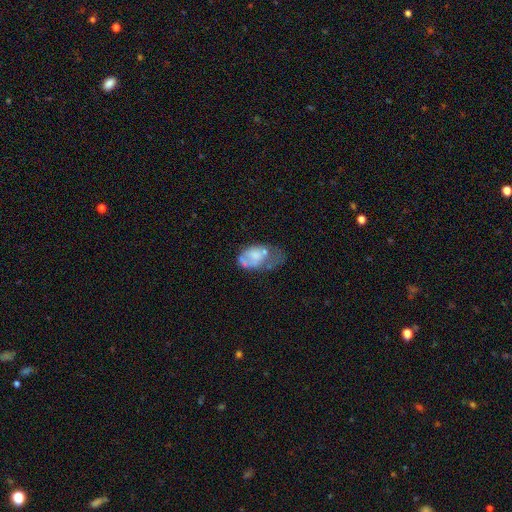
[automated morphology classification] Smooth or featured? smooth (48%)
Merging? major disturbance (36%)